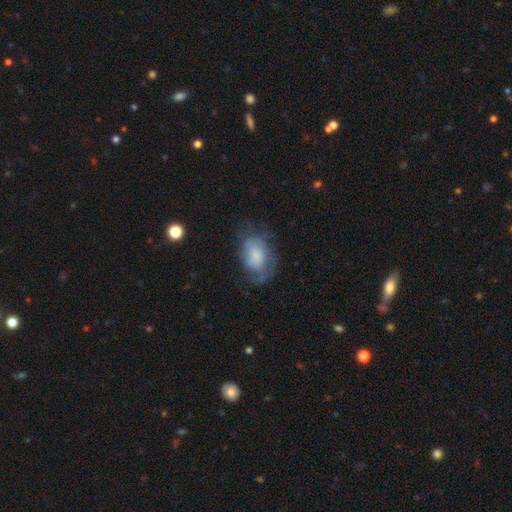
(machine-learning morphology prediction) smooth_or_featured: smooth (p=0.50) [alt: featured or disk p=0.42]
merging: none (p=0.52) [alt: minor disturbance p=0.26]